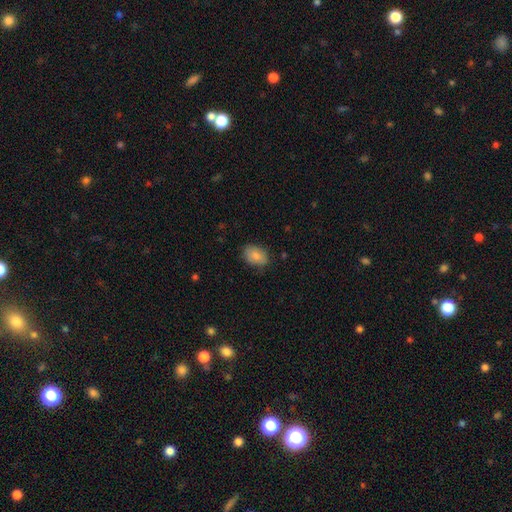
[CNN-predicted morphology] Smooth or featured? smooth (83%)
How rounded? in between (79%)
Merging? none (79%)